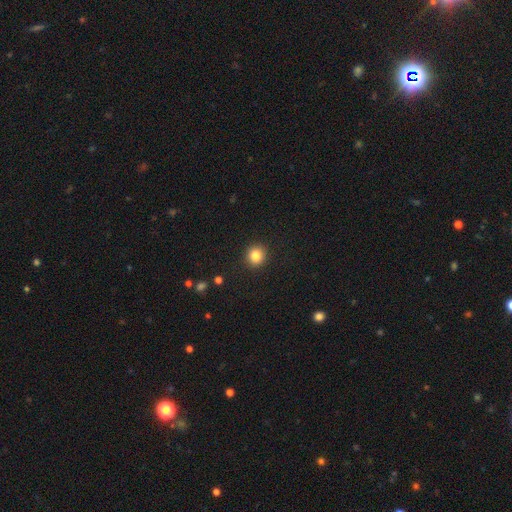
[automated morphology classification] This appears to be a smooth galaxy with no disk features (83%) that is round (89%). Merging: none (92%).